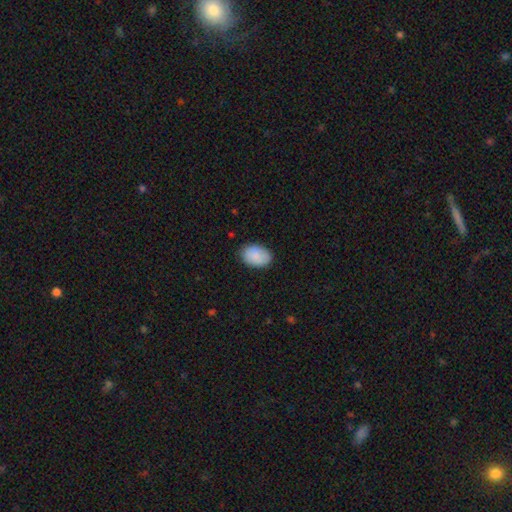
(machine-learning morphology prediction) Overall: smooth (89%). How rounded: in between (85%). Merging: none (82%).